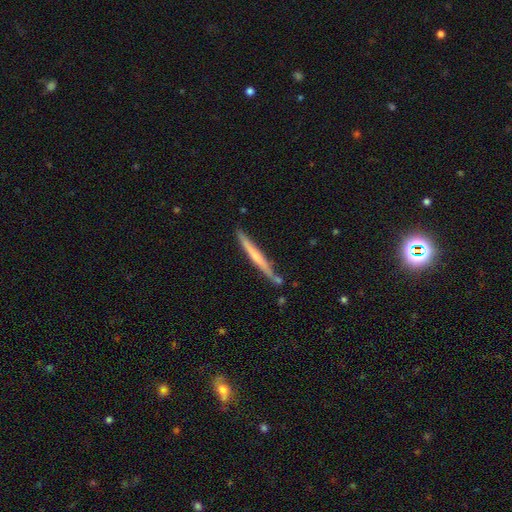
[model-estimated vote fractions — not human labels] A featured or disk galaxy (50%). Merging: none (81%).